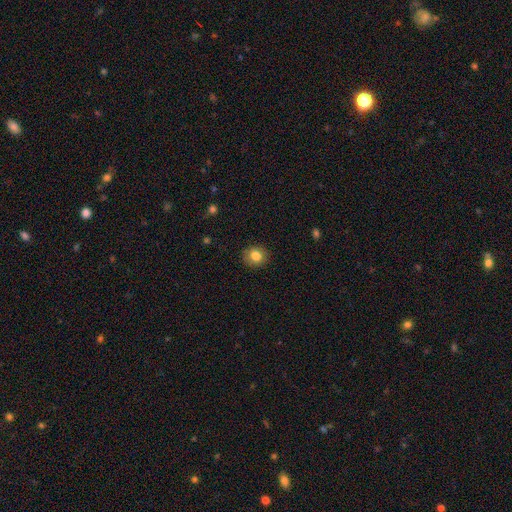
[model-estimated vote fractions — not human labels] Smooth or featured? Predicted: smooth (p=0.83). How rounded? Predicted: round (p=0.77). Merging? Predicted: none (p=0.89).